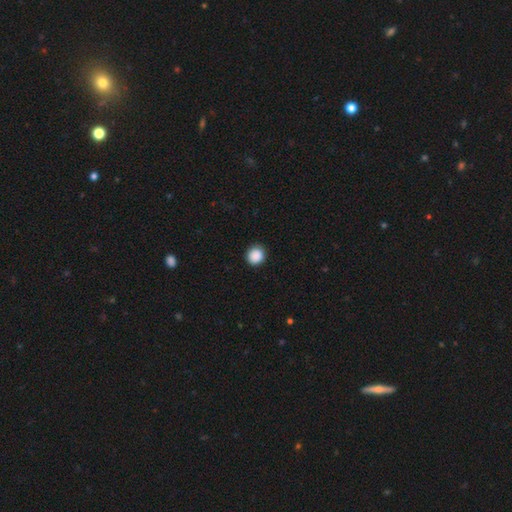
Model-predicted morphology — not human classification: Smooth or featured? smooth (89%)
How rounded? round (91%)
Merging? none (91%)